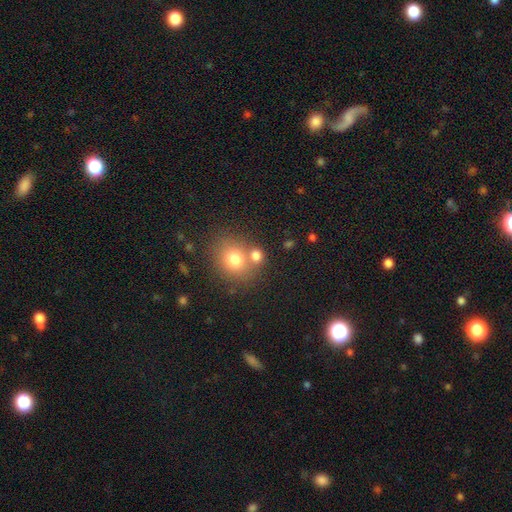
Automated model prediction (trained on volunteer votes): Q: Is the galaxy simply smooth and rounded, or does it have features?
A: smooth — 76%.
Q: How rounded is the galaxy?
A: round — 69%.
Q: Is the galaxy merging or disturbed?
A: none — 54%.